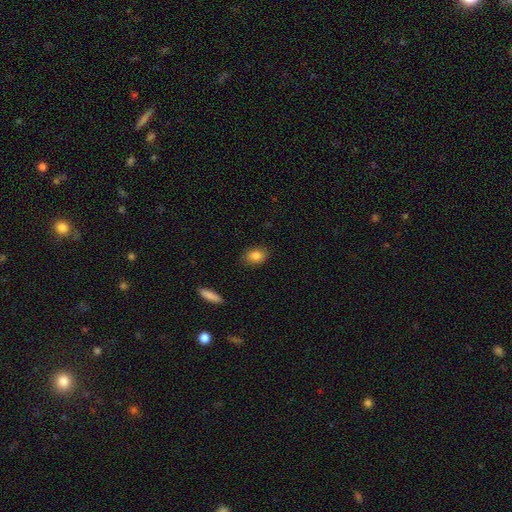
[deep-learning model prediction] Q: Smooth or featured?
A: smooth (85%); runner-up: star or artifact (9%)
Q: How rounded?
A: in between (72%); runner-up: round (26%)
Q: Merging?
A: none (86%); runner-up: minor disturbance (10%)